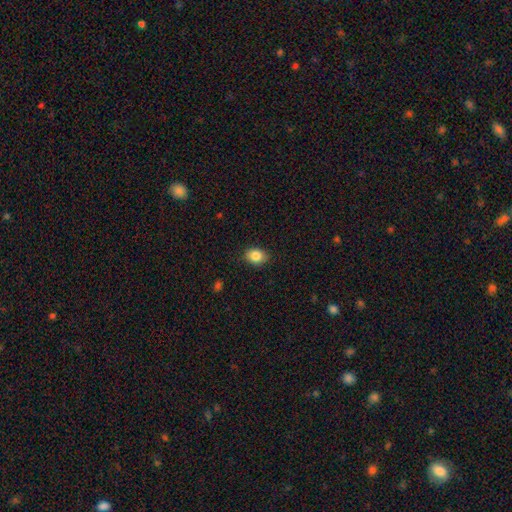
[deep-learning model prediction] Smooth or featured: smooth — 85% (star or artifact — 9%)
How rounded: in between — 66% (round — 33%)
Merging: none — 86% (minor disturbance — 11%)